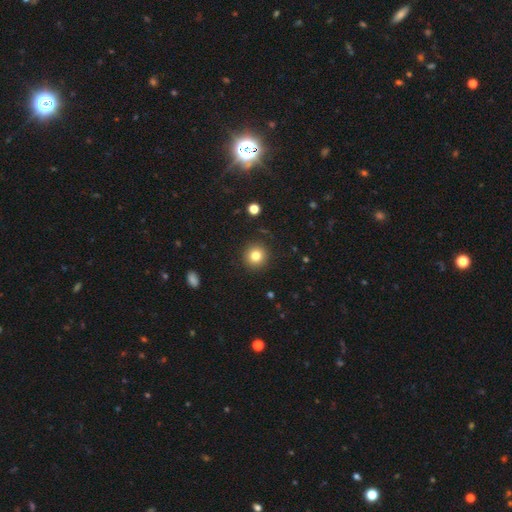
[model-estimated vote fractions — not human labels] The model was most divided on "smooth or featured": smooth: 81%, star or artifact: 12%, featured or disk: 7%. More confident: how rounded — round (94%); merging — none (91%).